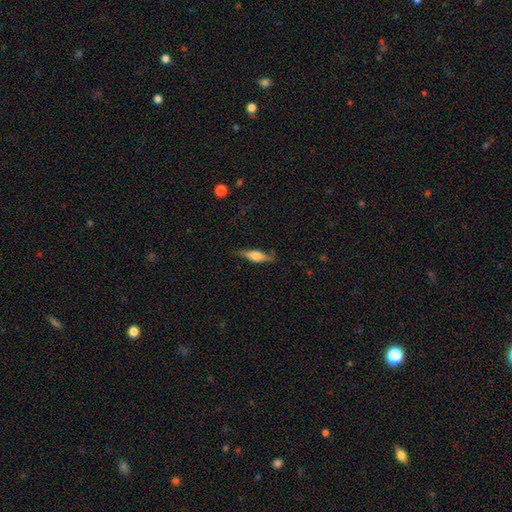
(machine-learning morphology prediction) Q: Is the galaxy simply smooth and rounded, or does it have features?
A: featured or disk — 50%.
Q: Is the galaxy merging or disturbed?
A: none — 80%.